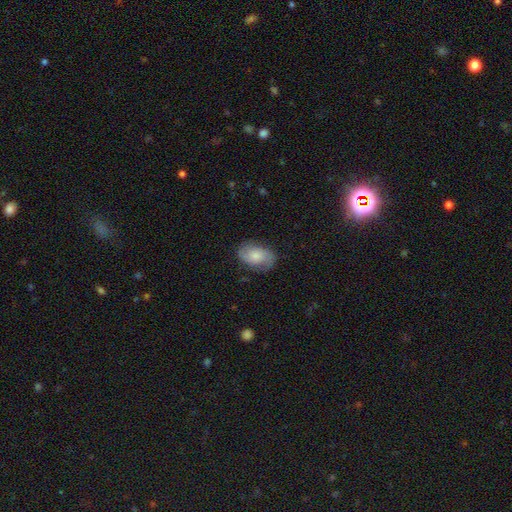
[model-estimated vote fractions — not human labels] Overall: smooth (48%; featured or disk 45%). Merging: none (75%).